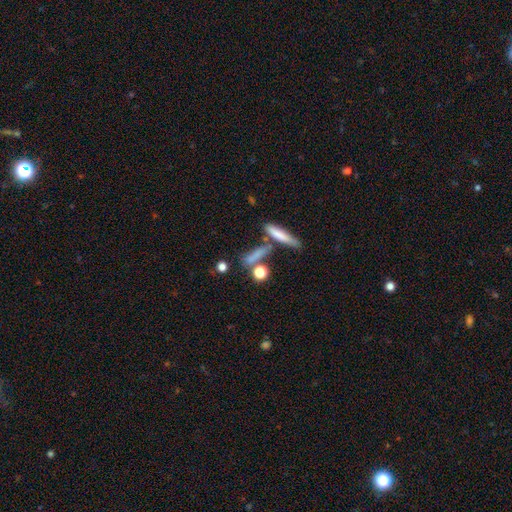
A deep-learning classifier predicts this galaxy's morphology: This is likely a smooth galaxy (70%). How rounded: possibly cigar-shaped (56%). Merging: possibly none (57%).